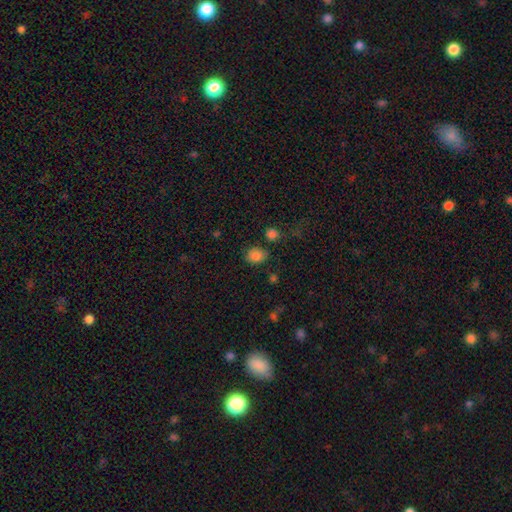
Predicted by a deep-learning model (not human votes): smooth_or_featured: smooth (p=0.84) [alt: star or artifact p=0.10]
how_rounded: round (p=0.50) [alt: in between p=0.49]
merging: none (p=0.78) [alt: minor disturbance p=0.13]